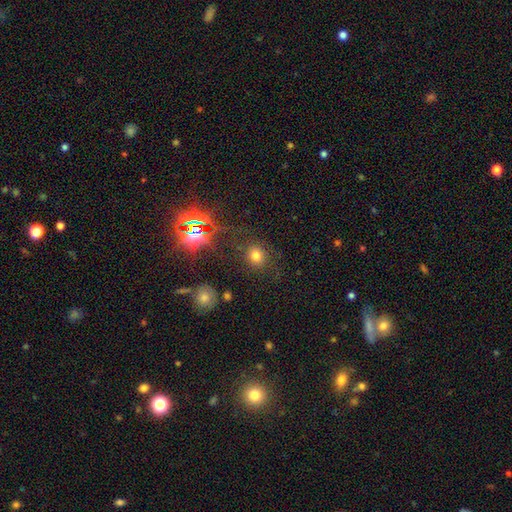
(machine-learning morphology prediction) Smooth or featured? smooth (69%)
How rounded? round (75%)
Merging? none (82%)